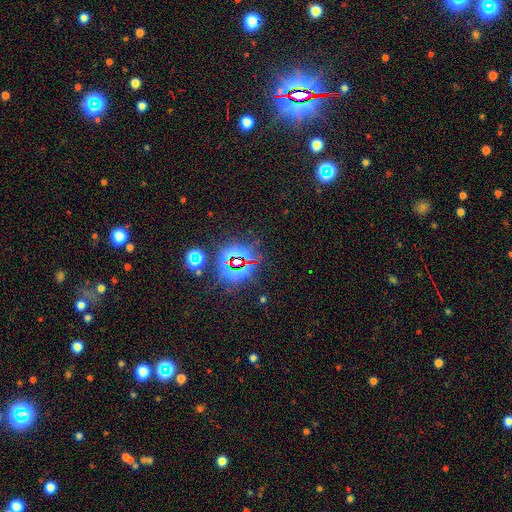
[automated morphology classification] This is clearly a star or artifact rather than a galaxy (80%).